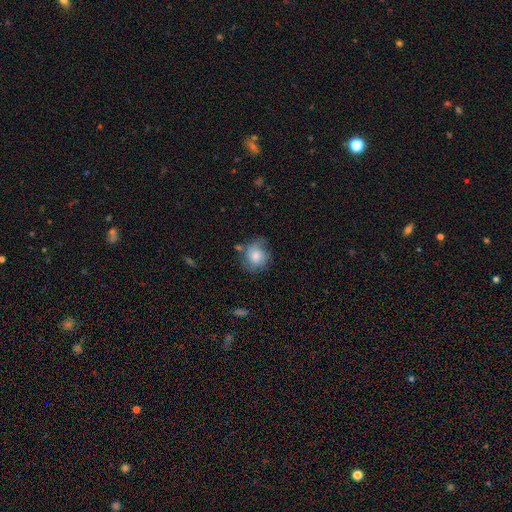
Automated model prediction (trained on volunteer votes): A smooth galaxy with no disk features (72%) that is round (79%).

Vote fractions:
- Smooth or featured? smooth: 72% / featured or disk: 20% / star or artifact: 8%
- How rounded? round: 79% / in between: 20% / cigar-shaped: 1%
- Merging? none: 59% / minor disturbance: 27% / major disturbance: 9% / merger: 5%